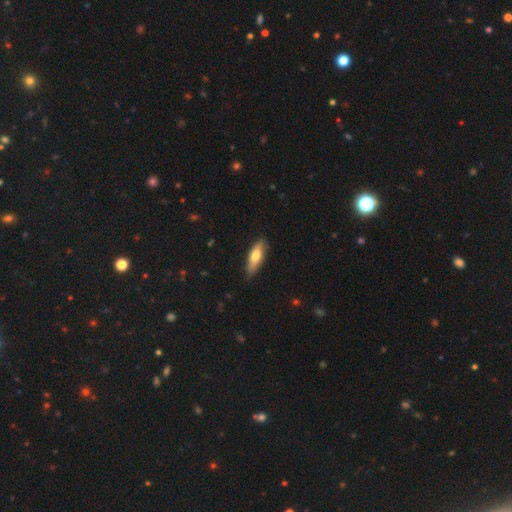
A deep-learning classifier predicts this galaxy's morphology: Smooth or featured?
  - smooth: 68% *
  - featured or disk: 27%
  - star or artifact: 6%
How rounded?
  - in between: 55% *
  - cigar-shaped: 43%
  - round: 2%
Merging?
  - none: 80% *
  - minor disturbance: 17%
  - major disturbance: 2%
  - merger: 1%